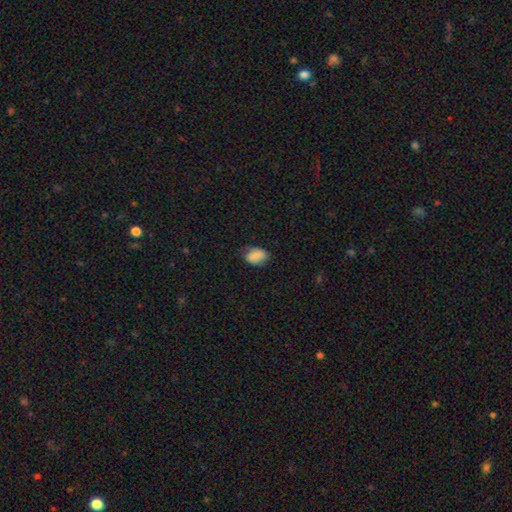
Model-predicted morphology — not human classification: Q: Smooth or featured?
A: smooth (80%); runner-up: featured or disk (11%)
Q: How rounded?
A: in between (81%); runner-up: round (18%)
Q: Merging?
A: none (63%); runner-up: minor disturbance (28%)